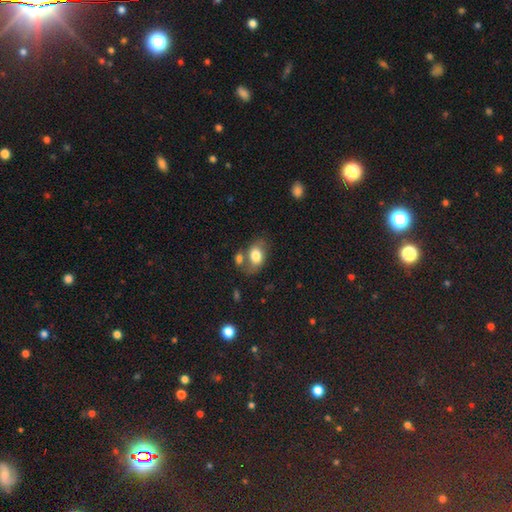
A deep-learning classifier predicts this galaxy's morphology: Smooth or featured?
  - smooth: 69% *
  - featured or disk: 23%
  - star or artifact: 8%
How rounded?
  - in between: 78% *
  - round: 21%
  - cigar-shaped: 1%
Merging?
  - none: 49% *
  - merger: 23%
  - minor disturbance: 19%
  - major disturbance: 8%